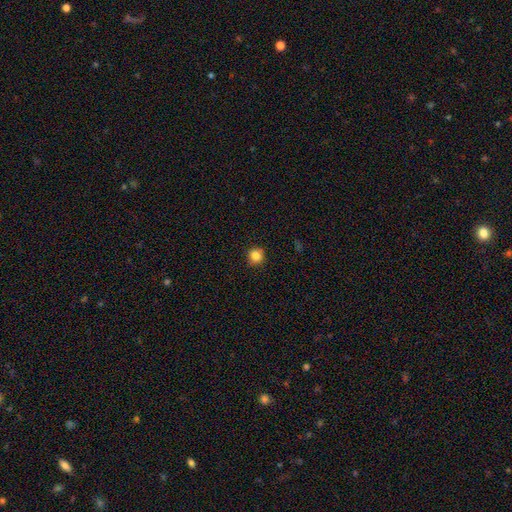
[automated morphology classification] Smooth or featured? smooth (84%)
How rounded? round (92%)
Merging? none (89%)